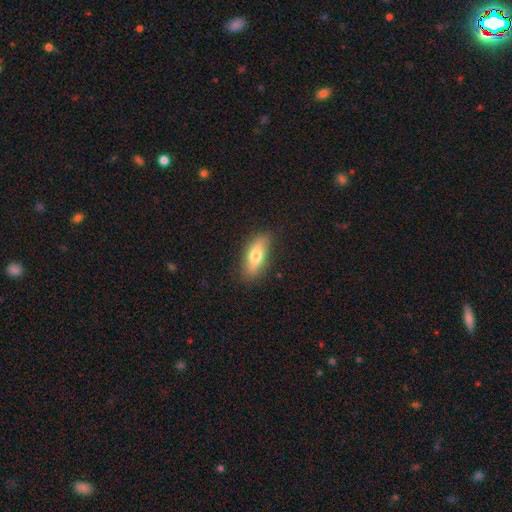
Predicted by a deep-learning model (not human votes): A smooth galaxy with no disk features (62%) that is in between round and cigar-shaped (64%).

Vote fractions:
- Smooth or featured? smooth: 62% / featured or disk: 31% / star or artifact: 6%
- How rounded? in between: 64% / cigar-shaped: 32% / round: 4%
- Merging? none: 84% / minor disturbance: 12% / major disturbance: 3% / merger: 1%